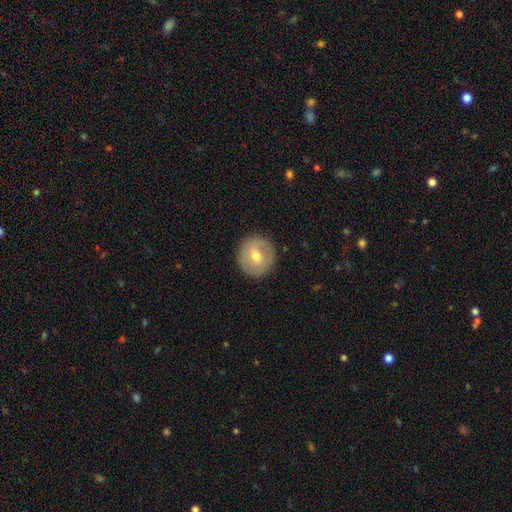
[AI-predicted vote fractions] Morphology: type=smooth (51%); roundness=round (88%); merging=none (88%).